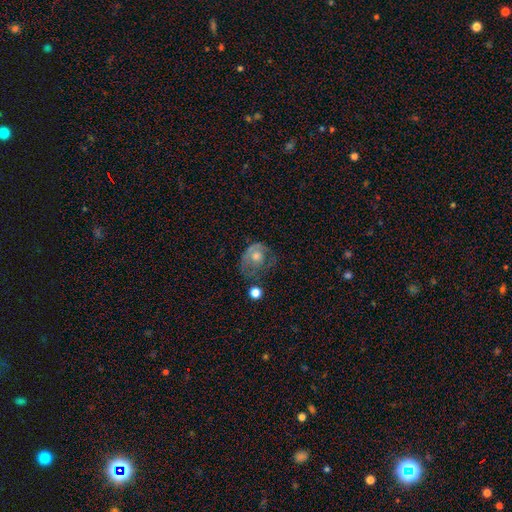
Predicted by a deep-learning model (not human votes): smooth-or-featured: featured or disk: 53% | smooth: 36% | star or artifact: 10%
  disk-edge-on: no: 96% | yes: 4%
    bar: no: 85% | weak: 13% | strong: 2%
    has-spiral-arms: yes: 50% (tied) | no: 50% (tied)
    bulge-size: moderate: 63% | small: 24% | large: 8% | none: 3% | dominant: 1%
  merging: none: 39% | major disturbance: 30% | minor disturbance: 26% | merger: 6%